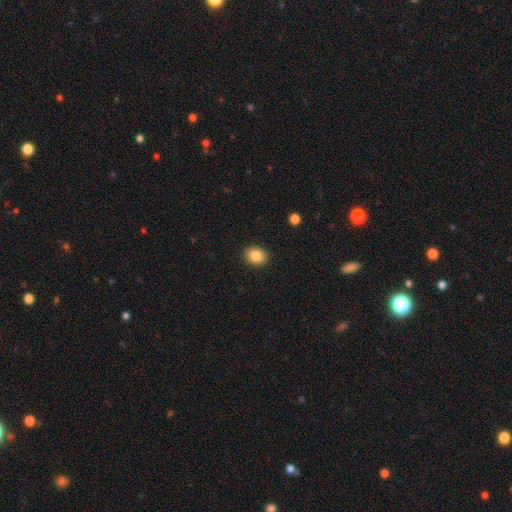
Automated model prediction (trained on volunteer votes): Smooth or featured? smooth (86%)
How rounded? in between (52%)
Merging? none (90%)